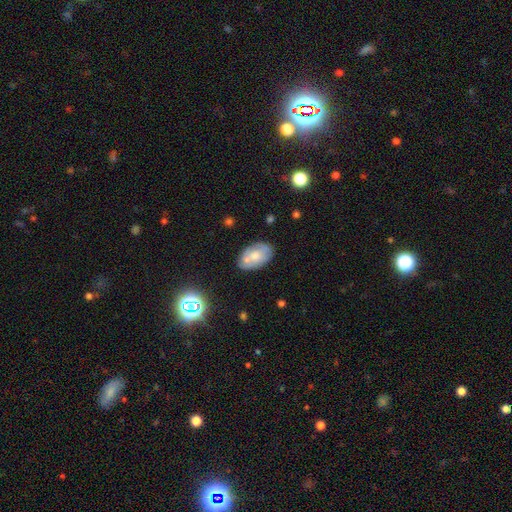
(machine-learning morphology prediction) Smooth or featured? Predicted: smooth (p=0.61). How rounded? Predicted: in between (p=0.91). Merging? Predicted: none (p=0.62).